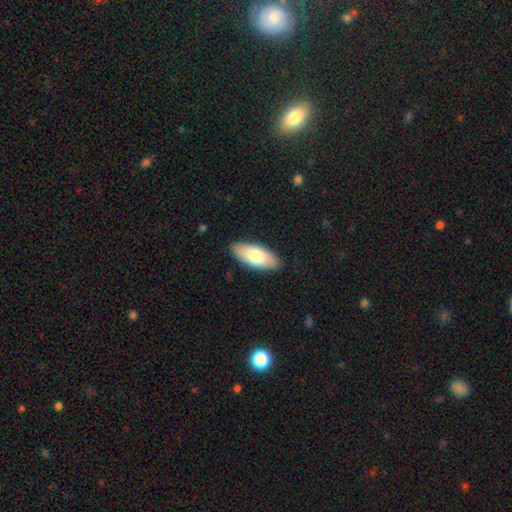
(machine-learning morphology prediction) This is likely a smooth galaxy (78%). How rounded: clearly in between (85%). Merging: clearly none (88%).